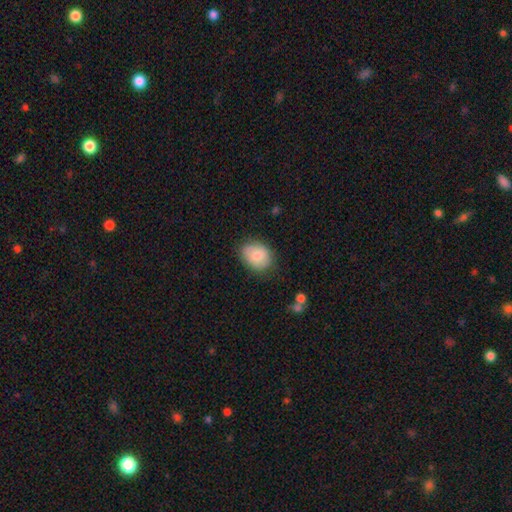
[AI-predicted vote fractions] Smooth or featured? Predicted: smooth (p=0.80). How rounded? Predicted: in between (p=0.60). Merging? Predicted: none (p=0.76).